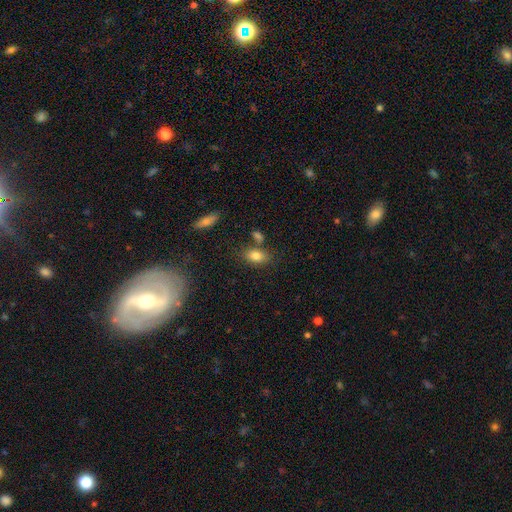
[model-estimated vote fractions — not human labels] Smooth or featured?
  - smooth: 80% *
  - featured or disk: 11%
  - star or artifact: 9%
How rounded?
  - in between: 85% *
  - round: 12%
  - cigar-shaped: 3%
Merging?
  - none: 68% *
  - merger: 15%
  - minor disturbance: 13%
  - major disturbance: 4%